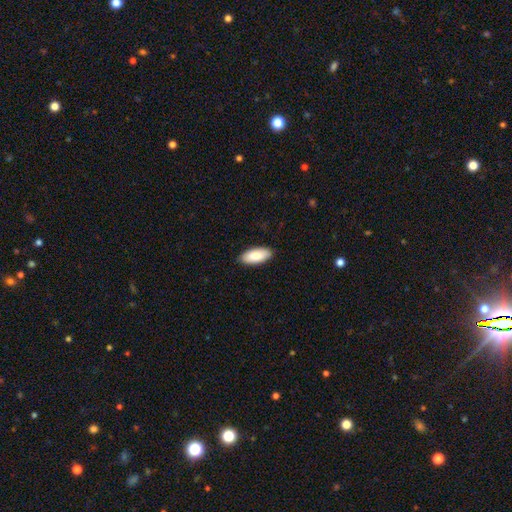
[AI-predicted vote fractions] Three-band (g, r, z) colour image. It shows a smooth galaxy with no disk features (85%) that is in between round and cigar-shaped (89%). Merging: none (89%).